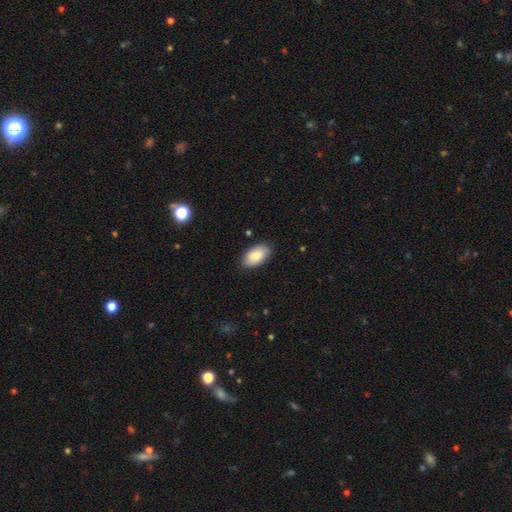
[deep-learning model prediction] smooth_or_featured: smooth (p=0.86) [alt: featured or disk p=0.08]
how_rounded: in between (p=0.95) [alt: round p=0.03]
merging: none (p=0.86) [alt: minor disturbance p=0.11]